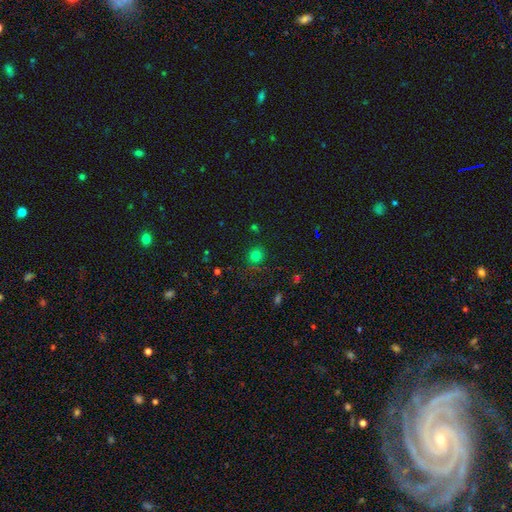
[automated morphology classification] smooth 75%, star or artifact 19%, featured or disk 6%. Down the decision tree: how rounded — round (87%); merging — none (82%).